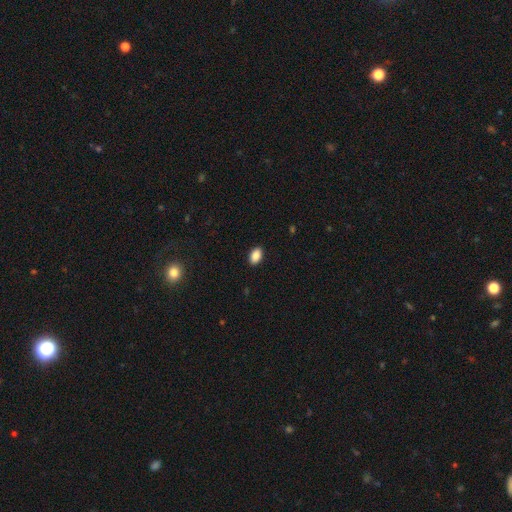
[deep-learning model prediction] Morphology: type=smooth (88%); roundness=in between (90%); merging=none (89%).